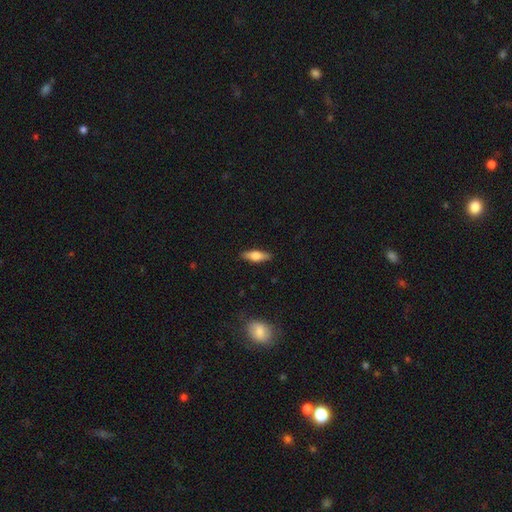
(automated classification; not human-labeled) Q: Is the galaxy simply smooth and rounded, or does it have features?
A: smooth — 57%.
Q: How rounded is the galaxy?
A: in between — 51%.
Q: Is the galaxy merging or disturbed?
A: none — 88%.